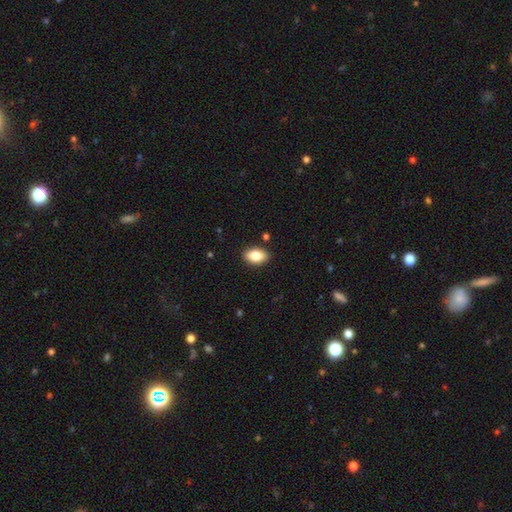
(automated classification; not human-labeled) Smooth or featured? Predicted: smooth (p=0.83). How rounded? Predicted: in between (p=0.89). Merging? Predicted: none (p=0.88).